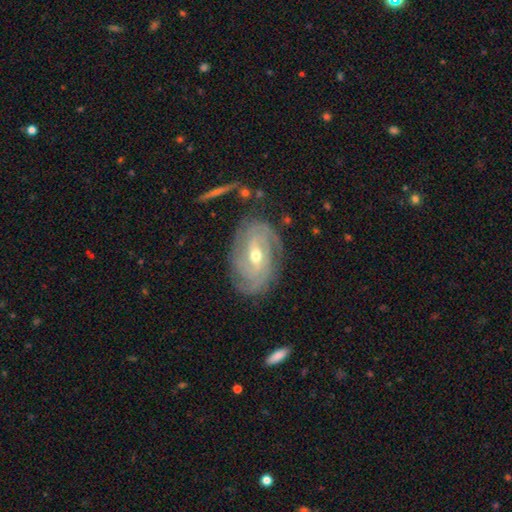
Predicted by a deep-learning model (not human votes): Smooth or featured: featured or disk — 86% (smooth — 8%)
Edge-on disk: no — 95% (yes — 5%)
Bar: weak — 49% (no — 26%)
Spiral arms: yes — 96% (no — 4%)
Spiral winding: tight — 70% (medium — 24%)
Spiral arm count: 3 — 28% (can't tell — 25%)
Bulge size: moderate — 61% (small — 35%)
Merging: none — 78% (minor disturbance — 15%)